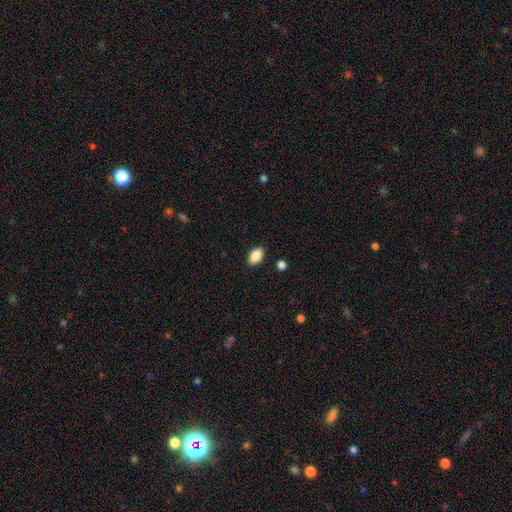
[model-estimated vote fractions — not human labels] This appears to be a smooth galaxy with no disk features (88%) that is in between round and cigar-shaped (90%). Merging: none (88%).